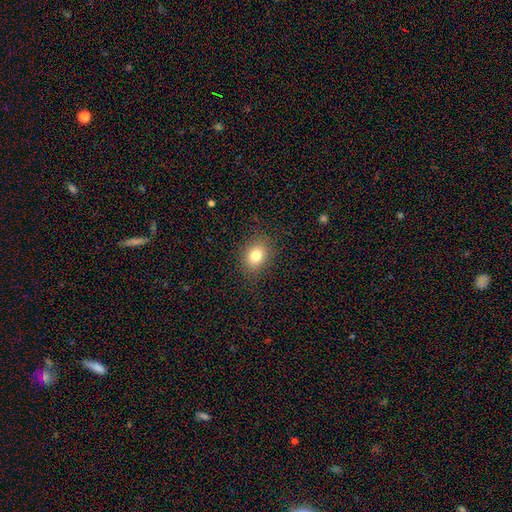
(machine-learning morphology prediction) smooth 79%, star or artifact 12%, featured or disk 9%. Down the decision tree: how rounded — in between (52%); merging — none (86%).